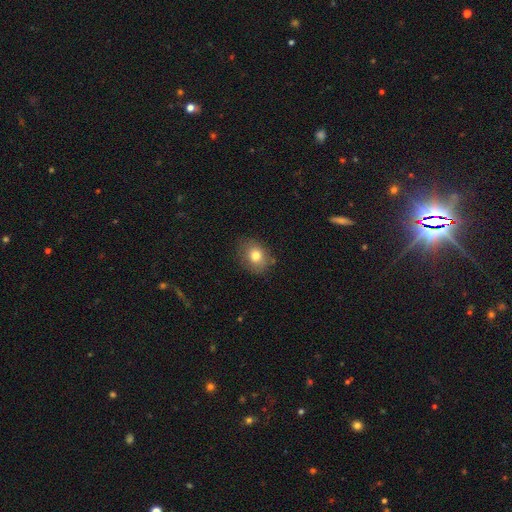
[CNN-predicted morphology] A smooth galaxy with no disk features (77%) that is round (54%). Merging: none (78%).